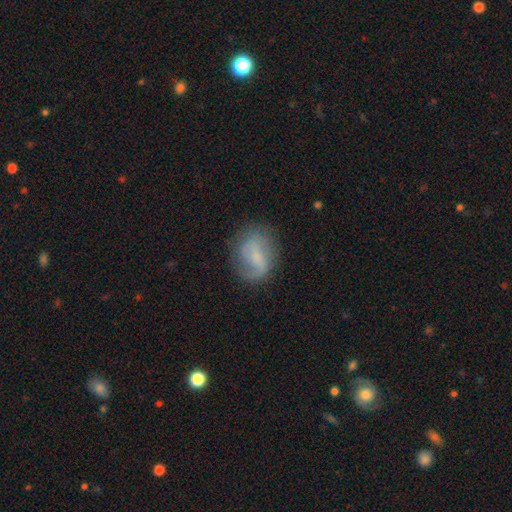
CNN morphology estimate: Smooth or featured? featured or disk (56%)
Edge-on disk? no (97%)
Bar? weak (49%)
Spiral arms? yes (82%)
Bulge size? small (46%)
Merging? none (64%)